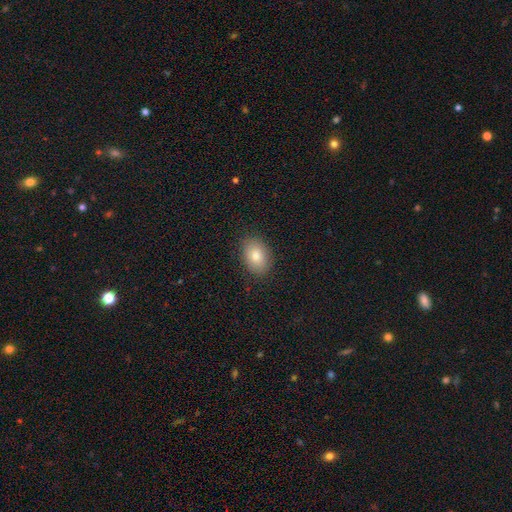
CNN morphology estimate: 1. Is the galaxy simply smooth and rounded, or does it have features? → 83% smooth, 8% featured or disk, 8% star or artifact.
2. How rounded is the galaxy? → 82% in between, 17% round, 1% cigar-shaped.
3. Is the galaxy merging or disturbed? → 89% none, 8% minor disturbance, 2% major disturbance, 1% merger.